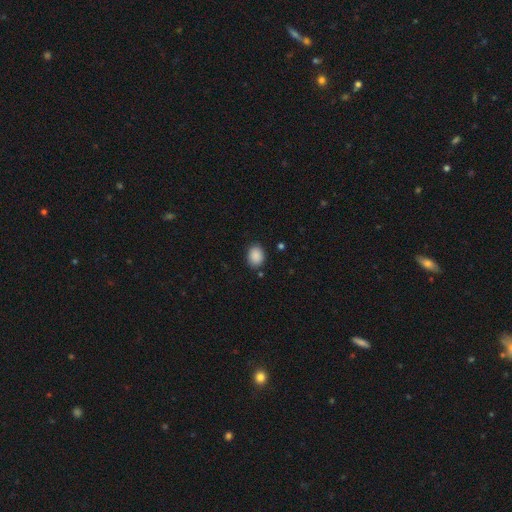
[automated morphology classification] Overall: smooth (89%). How rounded: in between (58%; round 41%). Merging: none (84%).